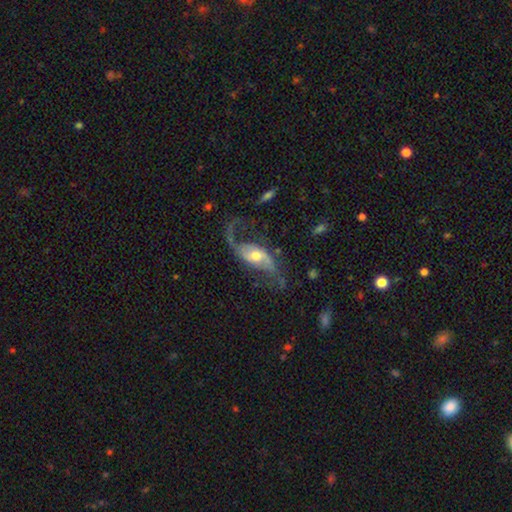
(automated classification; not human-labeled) Smooth or featured: featured or disk — 83% (smooth — 12%)
Edge-on disk: no — 93% (yes — 7%)
Bar: no — 44% (weak — 38%)
Spiral arms: yes — 91% (no — 9%)
Spiral winding: loose — 79% (medium — 16%)
Spiral arm count: 2 — 82% (1 — 12%)
Bulge size: moderate — 64% (small — 26%)
Merging: none — 52% (major disturbance — 27%)